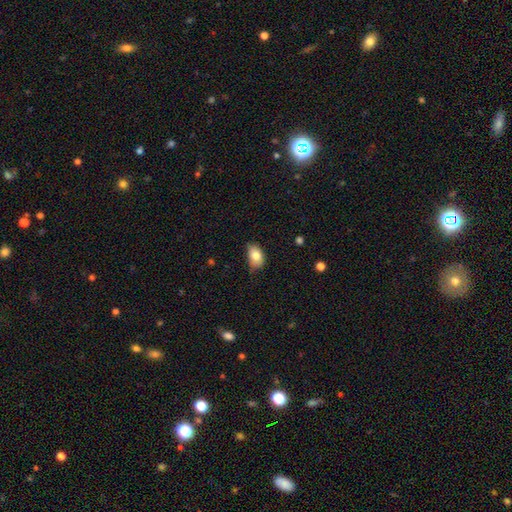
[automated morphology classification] A smooth galaxy with no disk features (80%) that is in between round and cigar-shaped (85%). Merging: none (53%).